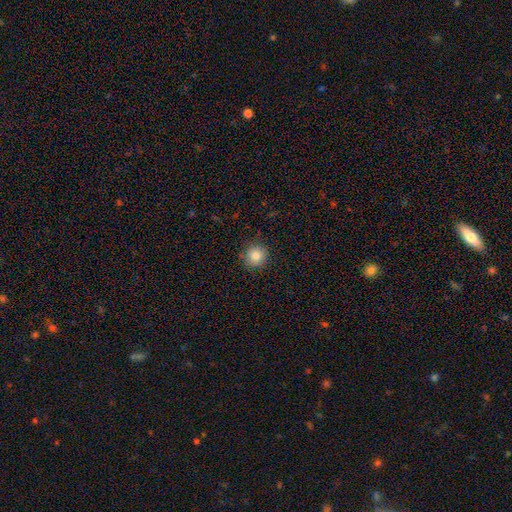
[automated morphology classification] Smooth or featured? Predicted: smooth (p=0.80). How rounded? Predicted: round (p=0.94). Merging? Predicted: none (p=0.87).